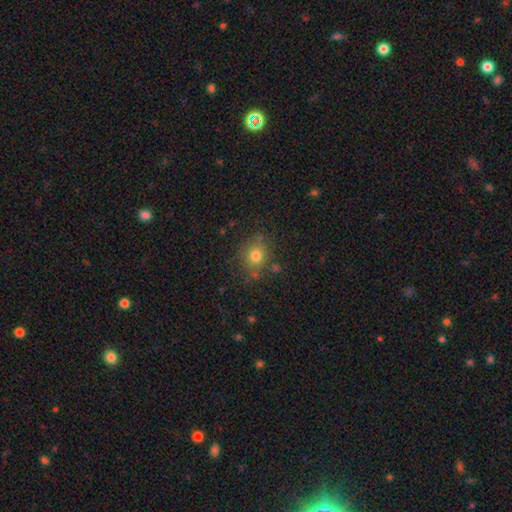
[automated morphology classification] This appears to be a smooth galaxy with no disk features (76%) that is round (75%). Merging: none (77%).